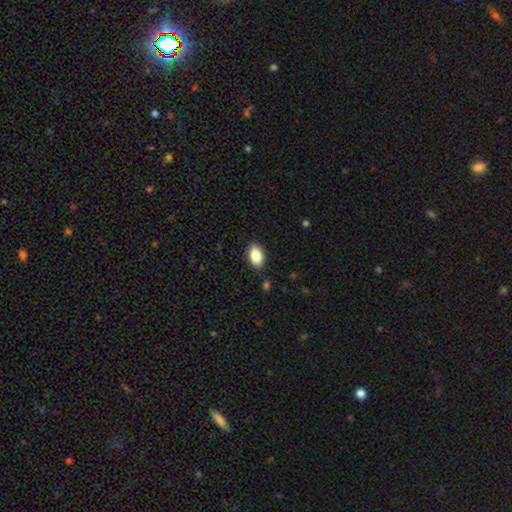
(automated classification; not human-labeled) This appears to be a smooth galaxy with no disk features (87%) that is in between round and cigar-shaped (91%). Merging: none (88%).